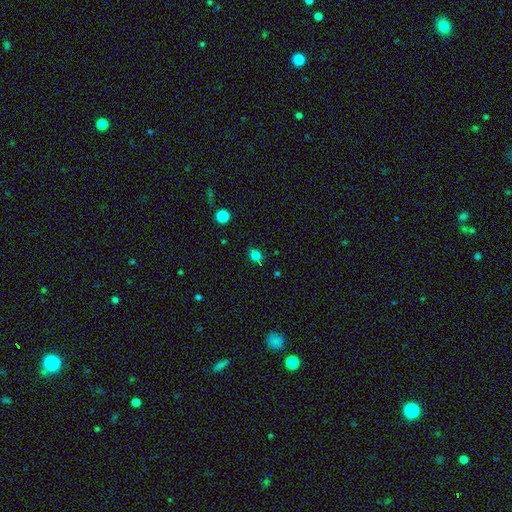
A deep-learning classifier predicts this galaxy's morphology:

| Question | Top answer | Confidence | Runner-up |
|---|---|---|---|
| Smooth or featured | smooth | 67% | star or artifact (26%) |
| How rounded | in between | 61% | round (35%) |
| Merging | none | 76% | minor disturbance (14%) |